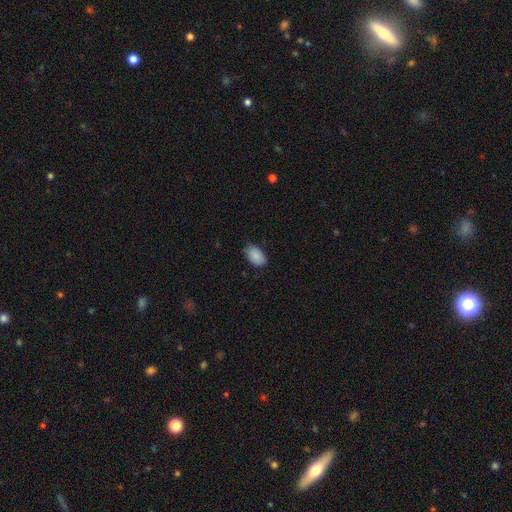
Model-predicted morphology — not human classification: Smooth or featured? Predicted: smooth (p=0.89). How rounded? Predicted: in between (p=0.92). Merging? Predicted: none (p=0.80).